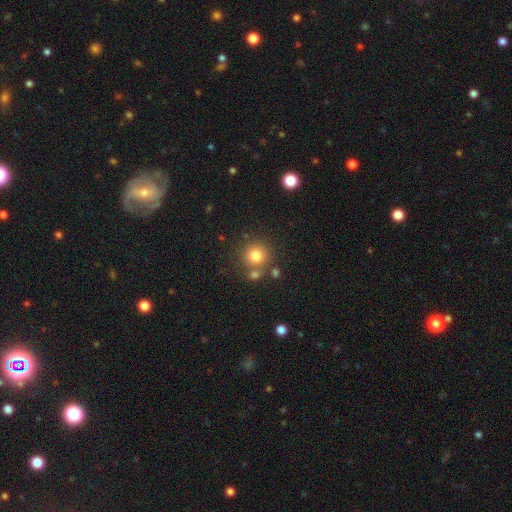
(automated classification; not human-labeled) A smooth galaxy with no disk features (79%) that is round (92%). Merging: none (73%).